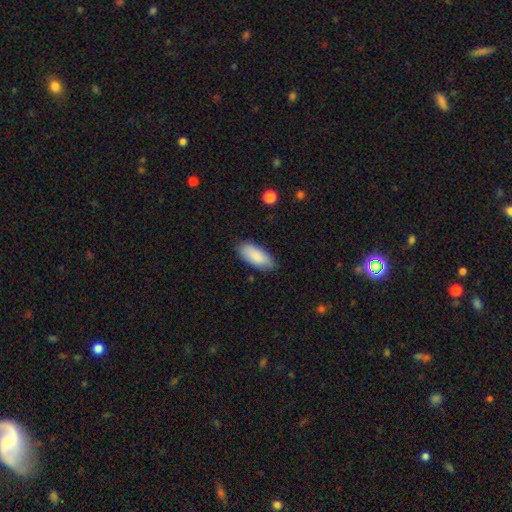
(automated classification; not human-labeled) This appears to be a smooth galaxy with no disk features (88%) that is in between round and cigar-shaped (86%). Merging: none (84%).